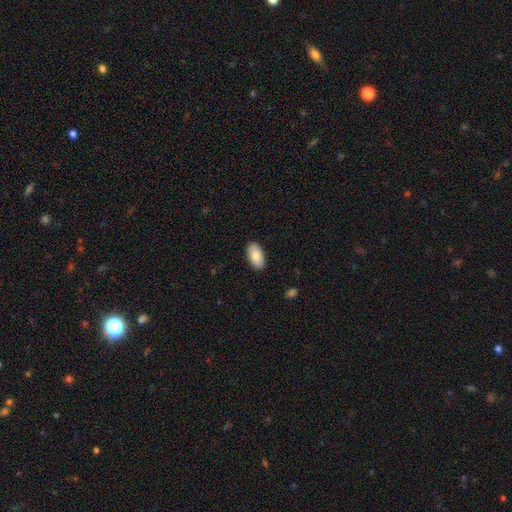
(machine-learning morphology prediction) smooth-or-featured: smooth: 79% | featured or disk: 15% | star or artifact: 6%
  how-rounded: in between: 95% | round: 3% | cigar-shaped: 2%
  merging: none: 89% | minor disturbance: 8% | major disturbance: 2% | merger: 1%